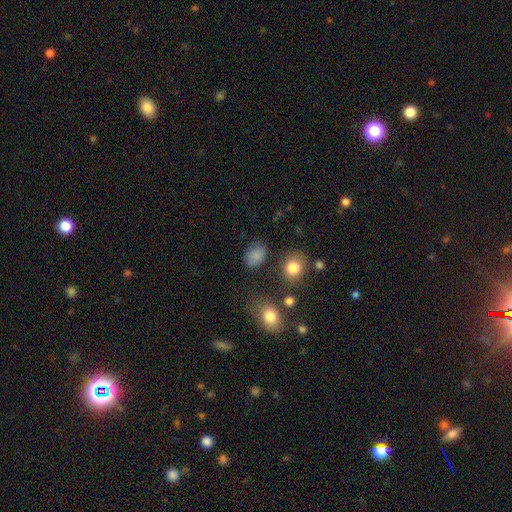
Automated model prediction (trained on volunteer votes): This is clearly a smooth galaxy (82%). How rounded: likely in between (69%). Merging: likely none (74%).